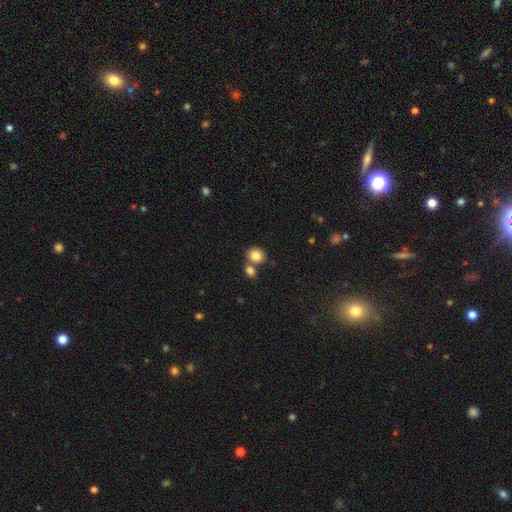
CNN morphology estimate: type=smooth (83%); roundness=round (73%); merging=none (57%).